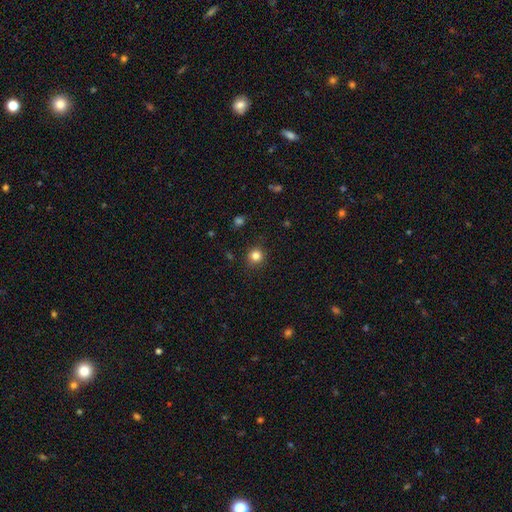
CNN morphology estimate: smooth_or_featured: smooth (p=0.83) [alt: star or artifact p=0.13]
how_rounded: round (p=0.90) [alt: in between p=0.09]
merging: none (p=0.88) [alt: minor disturbance p=0.08]